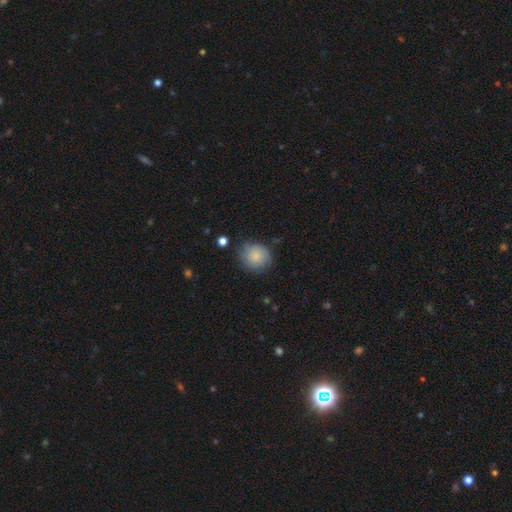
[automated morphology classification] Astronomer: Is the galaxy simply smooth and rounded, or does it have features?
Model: smooth — 76%.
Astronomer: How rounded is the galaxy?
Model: round — 86%.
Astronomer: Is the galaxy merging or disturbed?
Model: none — 72%.